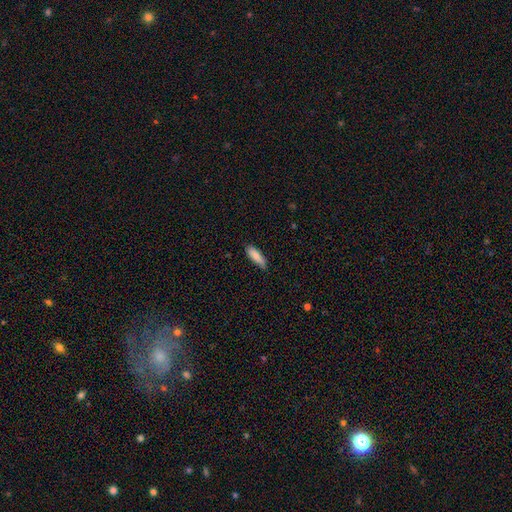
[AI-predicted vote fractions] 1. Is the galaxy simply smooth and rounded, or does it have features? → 86% smooth, 8% featured or disk, 6% star or artifact.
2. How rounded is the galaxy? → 50% in between, 48% cigar-shaped, 2% round.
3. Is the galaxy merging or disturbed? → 79% none, 18% minor disturbance, 2% major disturbance, 1% merger.